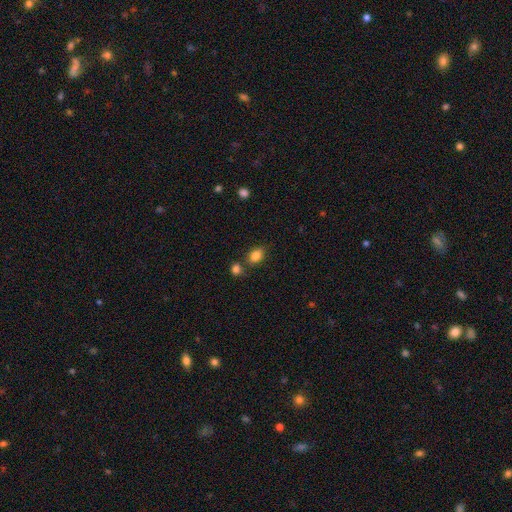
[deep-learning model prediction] The model was most divided on "how rounded": in between: 71%, round: 28%, cigar-shaped: 1%. More confident: smooth or featured — smooth (84%); merging — none (69%).